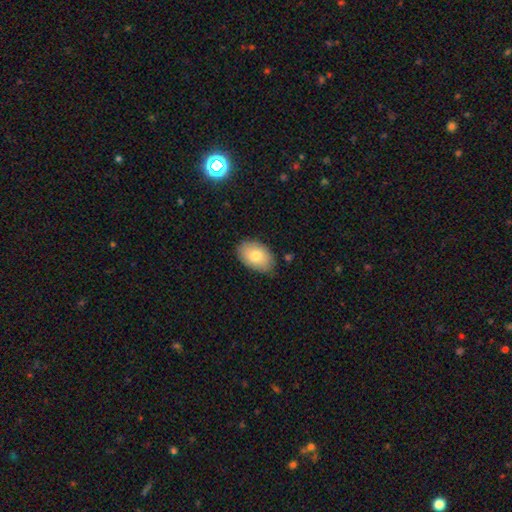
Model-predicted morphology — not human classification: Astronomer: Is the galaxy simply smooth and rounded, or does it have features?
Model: smooth — 80%.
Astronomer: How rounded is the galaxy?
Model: in between — 90%.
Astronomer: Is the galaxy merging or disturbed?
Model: none — 78%.